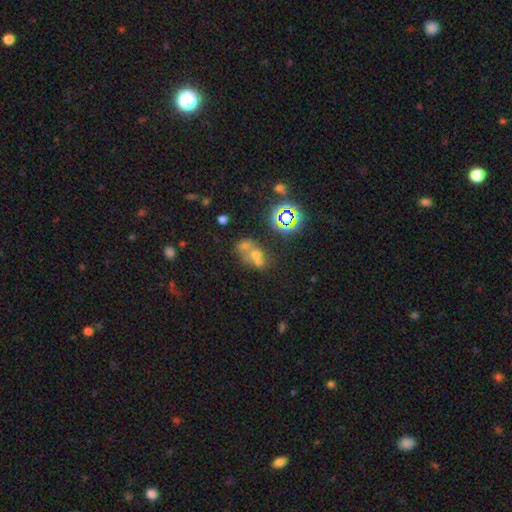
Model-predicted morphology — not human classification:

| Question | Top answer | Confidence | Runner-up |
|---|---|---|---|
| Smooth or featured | smooth | 49% | star or artifact (27%) |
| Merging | merger | 53% | none (32%) |